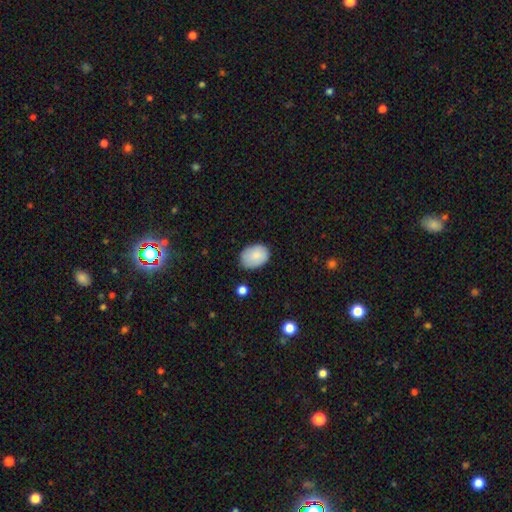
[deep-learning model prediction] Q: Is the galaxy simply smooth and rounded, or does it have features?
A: smooth — 84%.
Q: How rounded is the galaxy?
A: in between — 72%.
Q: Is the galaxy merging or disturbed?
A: none — 75%.